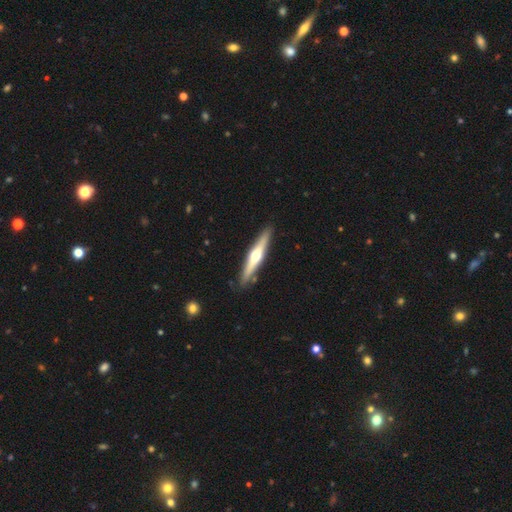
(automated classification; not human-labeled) The model was most divided on "smooth or featured": featured or disk: 63%, smooth: 32%, star or artifact: 5%. More confident: edge-on disk — yes (96%); edge-on bulge — rounded (92%); merging — none (88%).